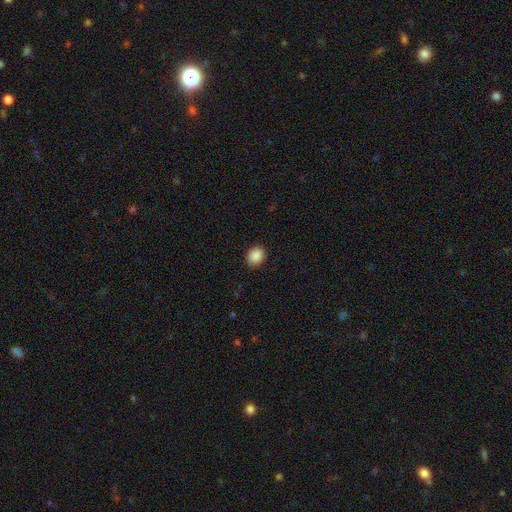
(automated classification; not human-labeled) The model was most divided on "how rounded": round: 63%, in between: 36%, cigar-shaped: 1%. More confident: merging — none (90%); smooth or featured — smooth (89%).